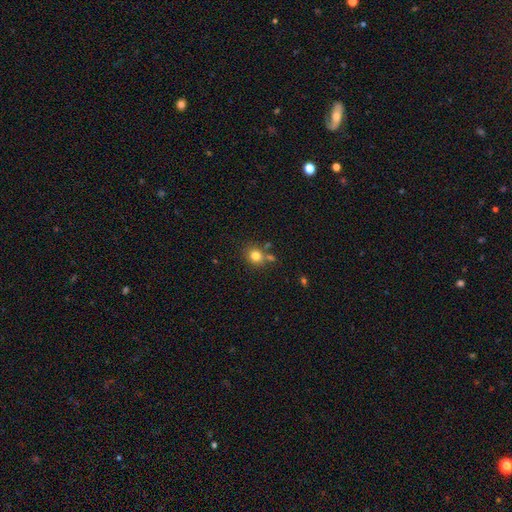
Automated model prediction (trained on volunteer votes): This is likely a smooth galaxy (80%). How rounded: likely round (77%). Merging: likely none (67%).